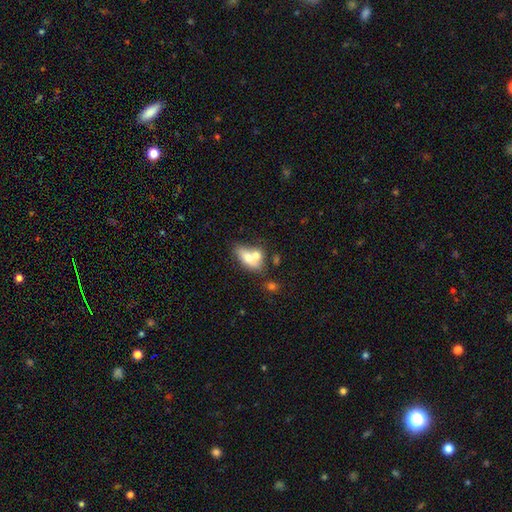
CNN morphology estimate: smooth_or_featured: smooth (p=0.64) [alt: featured or disk p=0.28]
how_rounded: in between (p=0.76) [alt: round p=0.12]
merging: merger (p=0.55) [alt: none p=0.29]